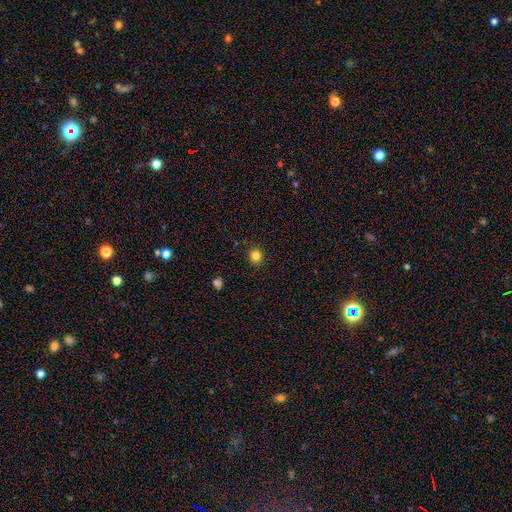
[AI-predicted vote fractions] This is clearly a smooth galaxy (83%). How rounded: clearly round (87%). Merging: clearly none (90%).